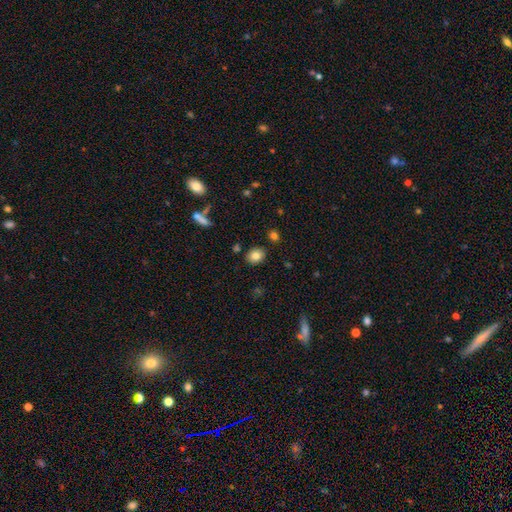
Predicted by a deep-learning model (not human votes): smooth_or_featured: smooth (p=0.82) [alt: star or artifact p=0.10]
how_rounded: round (p=0.57) [alt: in between p=0.42]
merging: none (p=0.87) [alt: minor disturbance p=0.08]